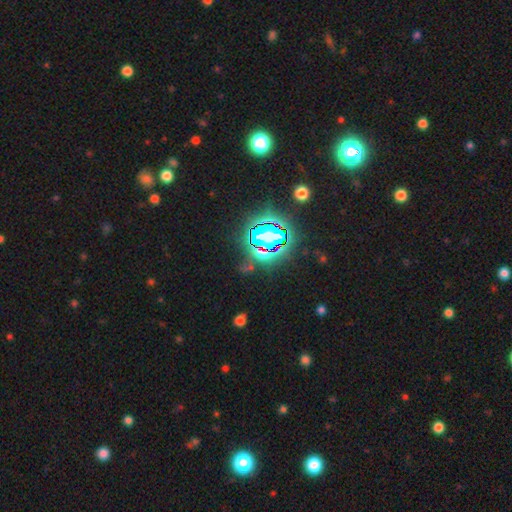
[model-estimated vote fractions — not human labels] The model was most divided on "smooth or featured": star or artifact: 82%, smooth: 11%, featured or disk: 7%.